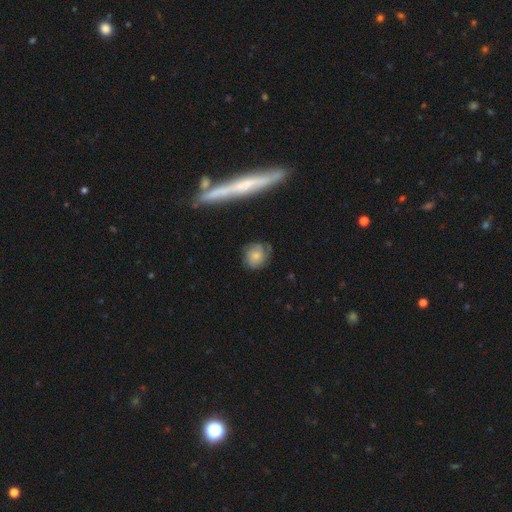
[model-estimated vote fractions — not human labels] Q: Smooth or featured?
A: featured or disk (47%); runner-up: smooth (45%)
Q: Merging?
A: none (70%); runner-up: minor disturbance (20%)